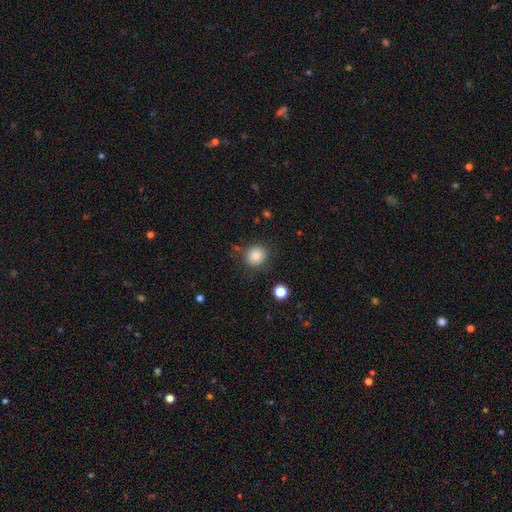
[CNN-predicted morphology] Smooth or featured? smooth (84%)
How rounded? round (83%)
Merging? none (83%)